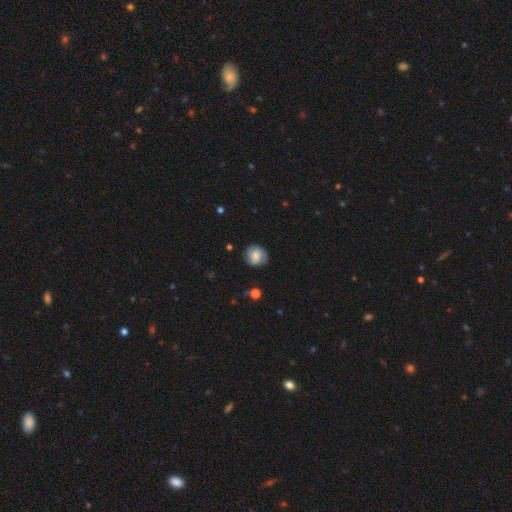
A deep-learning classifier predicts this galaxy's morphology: smooth_or_featured: smooth (p=0.65) [alt: featured or disk p=0.27]
how_rounded: round (p=0.84) [alt: in between p=0.15]
merging: none (p=0.77) [alt: minor disturbance p=0.17]